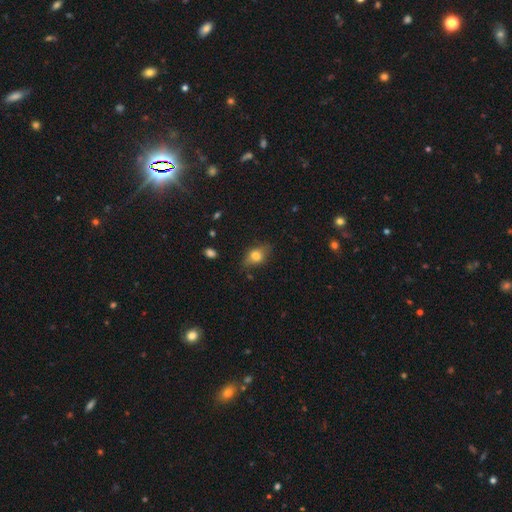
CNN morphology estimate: smooth 73%, featured or disk 18%, star or artifact 10%. Down the decision tree: how rounded — in between (76%); merging — none (73%).